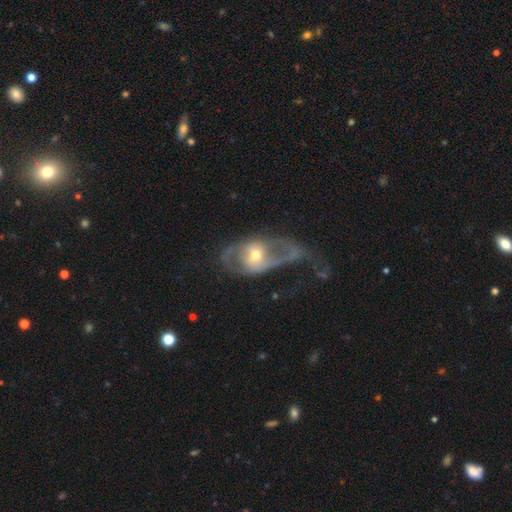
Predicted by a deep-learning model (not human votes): A featured or disk galaxy (70%) with no bar (59%), spiral arms (63%) and a moderate central bulge (54%).

Vote fractions:
- Smooth or featured? featured or disk: 70% / smooth: 23% / star or artifact: 7%
- Edge-on disk? no: 93% / yes: 7%
- Bar? no: 59% / weak: 28% / strong: 13%
- Spiral arms? yes: 63% / no: 37%
- Bulge size? moderate: 54% / small: 39% / large: 5% / dominant: 1% / none: 1%
- Merging? major disturbance: 42% / none: 34% / minor disturbance: 19% / merger: 5%